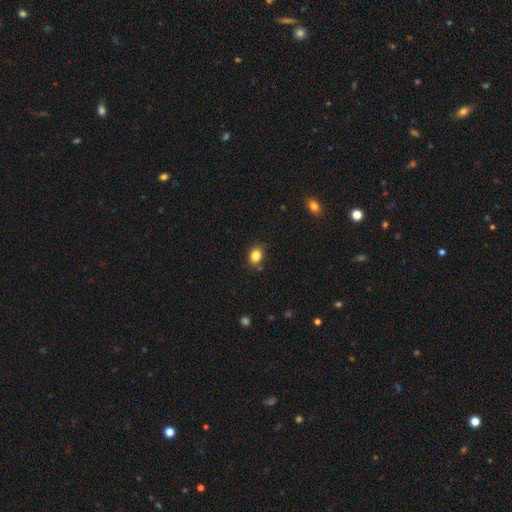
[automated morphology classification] A smooth galaxy with no disk features (83%) that is in between round and cigar-shaped (54%). Merging: none (82%).